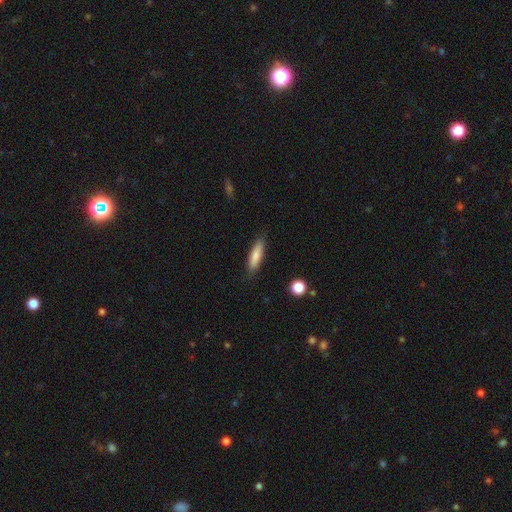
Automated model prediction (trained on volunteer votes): A smooth galaxy with no disk features (81%) that is cigar-shaped (72%). Merging: none (85%).